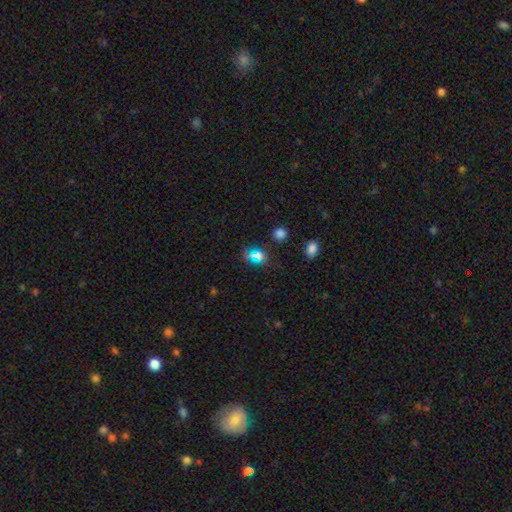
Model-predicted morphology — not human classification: A smooth galaxy with no disk features (51%) that is round (50%).

Vote fractions:
- Smooth or featured? smooth: 51% / star or artifact: 41% / featured or disk: 9%
- How rounded? round: 50% / in between: 45% / cigar-shaped: 5%
- Merging? none: 79% / minor disturbance: 11% / major disturbance: 6% / merger: 4%